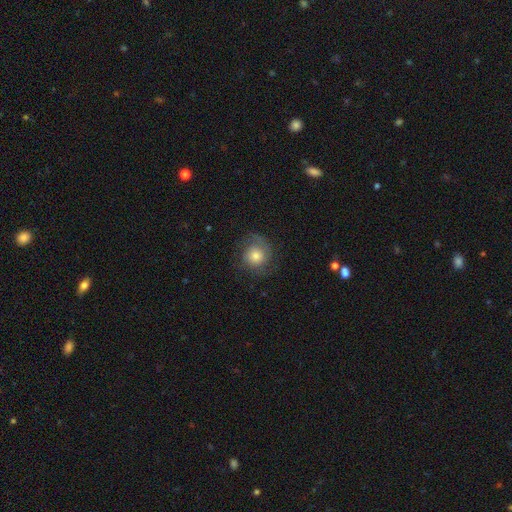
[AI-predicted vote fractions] This appears to be a featured or disk galaxy (49%). Merging: none (72%).